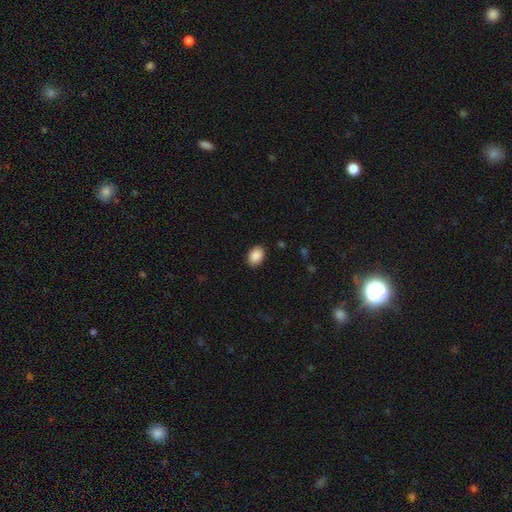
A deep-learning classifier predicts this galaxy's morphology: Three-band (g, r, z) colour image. It shows a smooth galaxy with no disk features (90%) that is in between round and cigar-shaped (84%). Merging: none (88%).